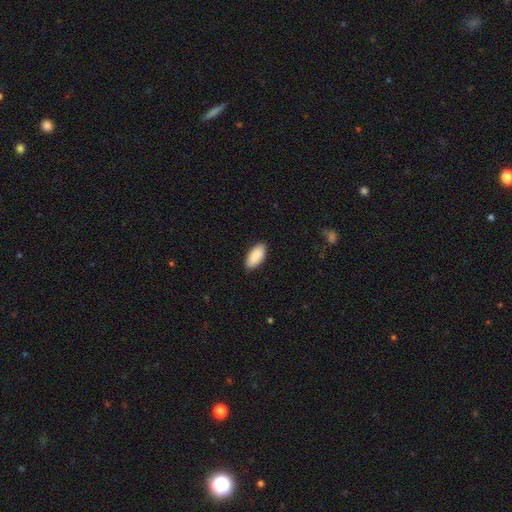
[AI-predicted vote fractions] Morphology: type=smooth (90%); roundness=in between (91%); merging=none (87%).